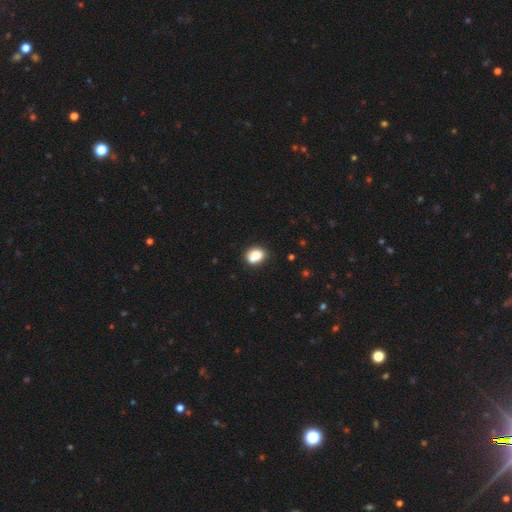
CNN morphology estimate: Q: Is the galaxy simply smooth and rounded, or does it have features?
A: smooth — 80%.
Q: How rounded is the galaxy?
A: in between — 51%.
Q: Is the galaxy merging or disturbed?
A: none — 56%.